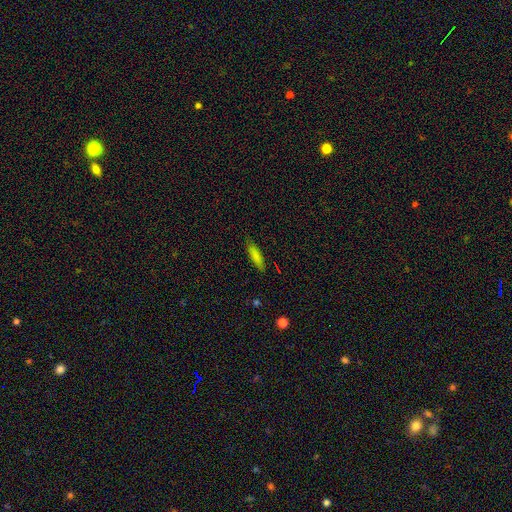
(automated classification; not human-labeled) Smooth or featured?
  - smooth: 80% *
  - featured or disk: 11%
  - star or artifact: 8%
How rounded?
  - cigar-shaped: 67% *
  - in between: 31%
  - round: 2%
Merging?
  - none: 84% *
  - minor disturbance: 12%
  - major disturbance: 2%
  - merger: 1%